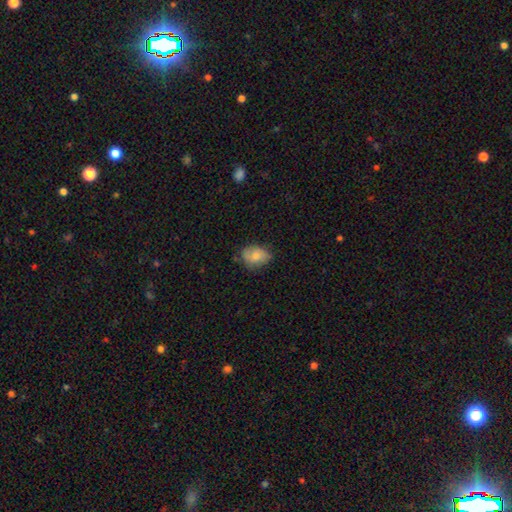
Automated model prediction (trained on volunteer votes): Smooth or featured: smooth — 75% (featured or disk — 17%)
How rounded: in between — 73% (round — 26%)
Merging: none — 61% (minor disturbance — 30%)